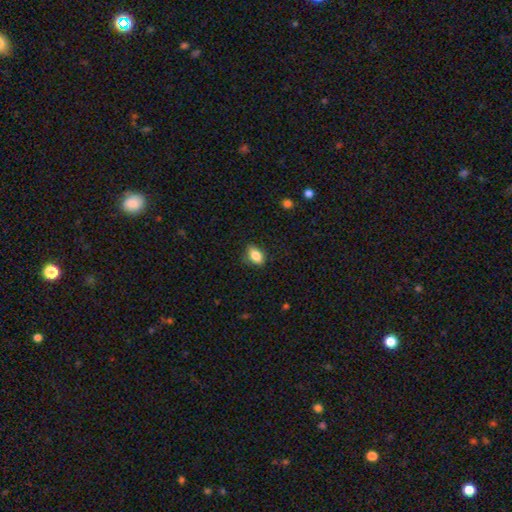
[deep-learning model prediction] Smooth or featured: smooth — 84% (star or artifact — 8%)
How rounded: in between — 86% (round — 11%)
Merging: none — 81% (minor disturbance — 15%)